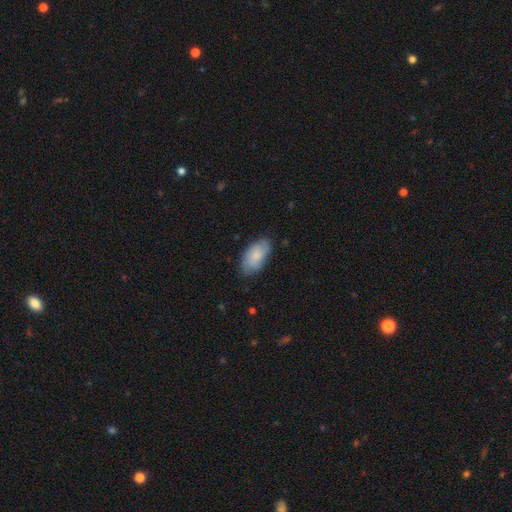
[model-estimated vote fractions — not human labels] Q: Smooth or featured?
A: smooth (75%); runner-up: featured or disk (19%)
Q: How rounded?
A: in between (94%); runner-up: round (3%)
Q: Merging?
A: none (73%); runner-up: minor disturbance (22%)